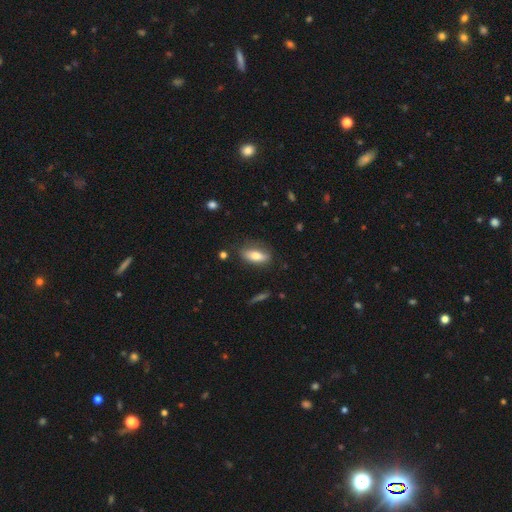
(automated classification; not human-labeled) Smooth or featured? Predicted: smooth (p=0.73). How rounded? Predicted: in between (p=0.77). Merging? Predicted: none (p=0.74).